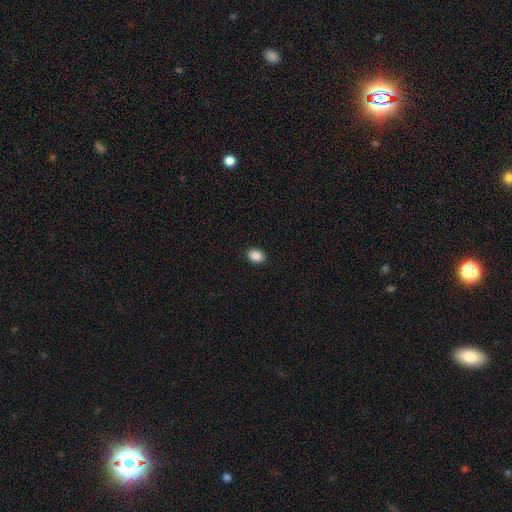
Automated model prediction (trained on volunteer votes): smooth 89%, star or artifact 8%, featured or disk 2%. Down the decision tree: how rounded — in between (74%); merging — none (90%).